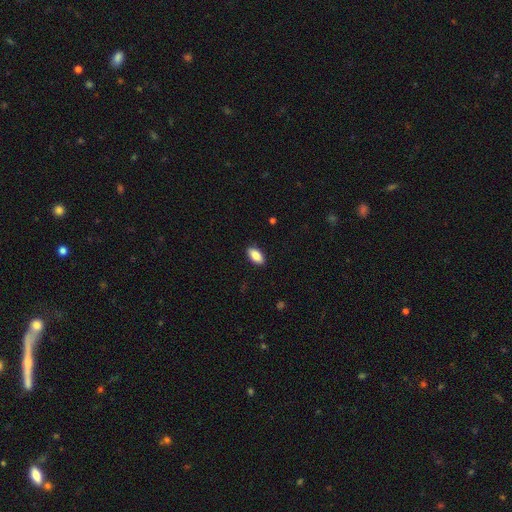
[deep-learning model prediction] This appears to be a smooth galaxy with no disk features (85%) that is in between round and cigar-shaped (90%). Merging: none (89%).